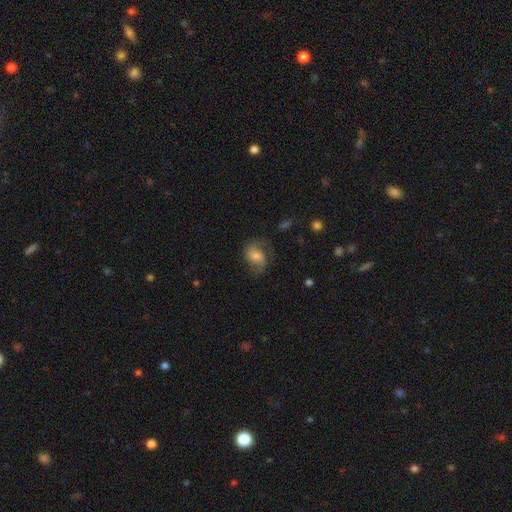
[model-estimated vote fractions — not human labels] The model was most divided on "bulge size": moderate: 39%, small: 33%, large: 14%, none: 12%, dominant: 3%. Remaining: edge-on disk — no (97%); spiral arms — yes (93%); spiral arm count — 2 (83%); smooth or featured — featured or disk (66%); merging — none (65%); bar — no (57%); spiral winding — medium (47%).